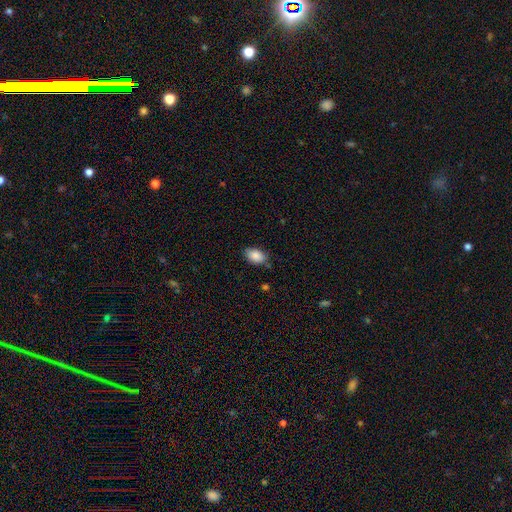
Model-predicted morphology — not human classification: A smooth galaxy with no disk features (88%) that is in between round and cigar-shaped (89%). Merging: none (75%).